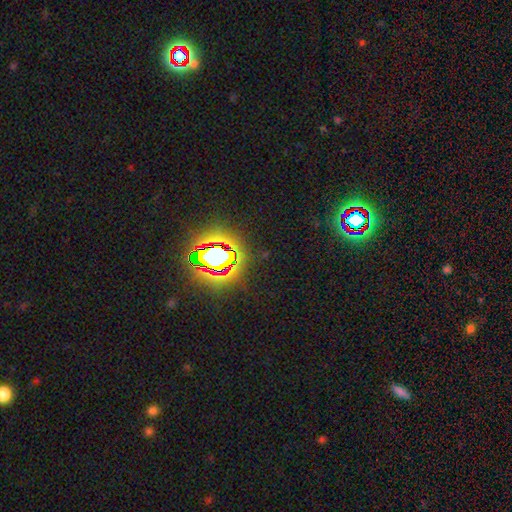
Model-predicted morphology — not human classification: smooth-or-featured: star or artifact: 79% | smooth: 12% | featured or disk: 9%